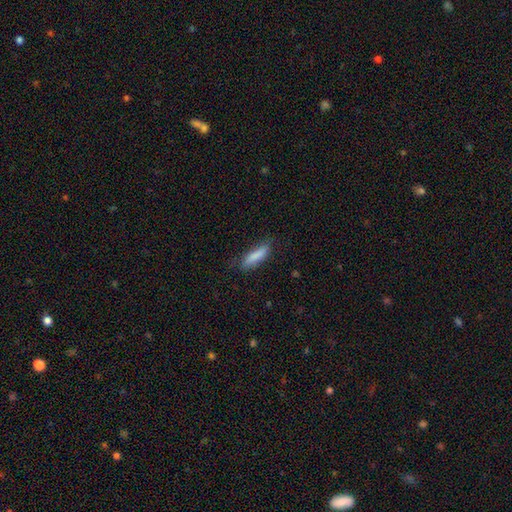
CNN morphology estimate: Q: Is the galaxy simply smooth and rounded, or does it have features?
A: smooth — 82%.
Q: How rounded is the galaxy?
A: cigar-shaped — 62%.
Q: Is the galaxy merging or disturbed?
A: none — 72%.